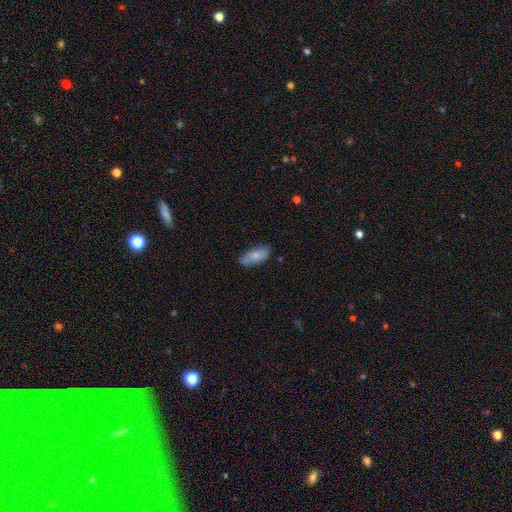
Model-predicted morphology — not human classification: Overall: smooth (75%). How rounded: in between (84%). Merging: none (77%).